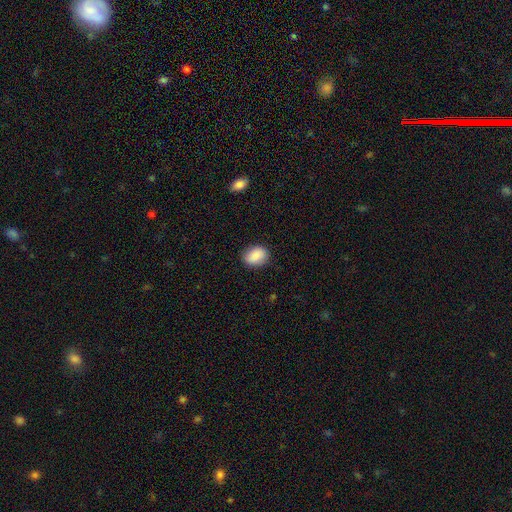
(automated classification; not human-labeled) Smooth or featured? smooth (89%)
How rounded? in between (66%)
Merging? none (86%)